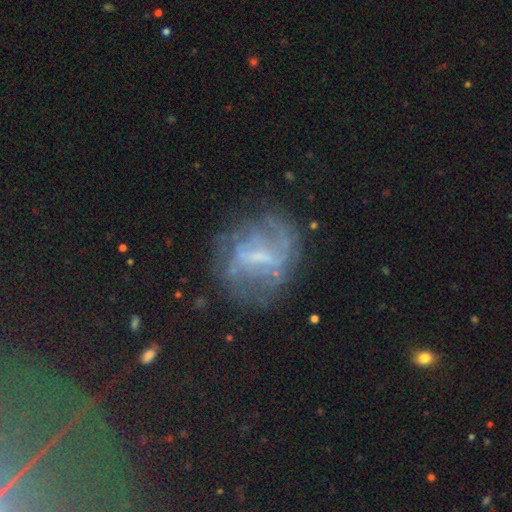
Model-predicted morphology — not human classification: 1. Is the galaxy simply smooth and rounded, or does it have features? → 66% featured or disk, 17% star or artifact, 17% smooth.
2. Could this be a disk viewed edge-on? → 95% no, 5% yes.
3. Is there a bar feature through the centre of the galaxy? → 46% weak, 35% strong, 19% no.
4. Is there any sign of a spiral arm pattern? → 66% yes, 34% no.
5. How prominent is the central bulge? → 45% small, 29% none, 23% moderate, 3% large, 1% dominant.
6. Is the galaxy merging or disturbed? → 66% none, 18% minor disturbance, 14% major disturbance, 2% merger.